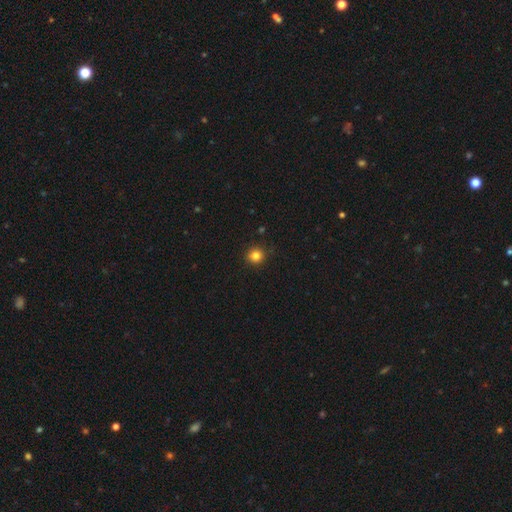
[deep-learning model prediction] smooth_or_featured: smooth (p=0.83) [alt: star or artifact p=0.13]
how_rounded: round (p=0.93) [alt: in between p=0.06]
merging: none (p=0.91) [alt: minor disturbance p=0.06]